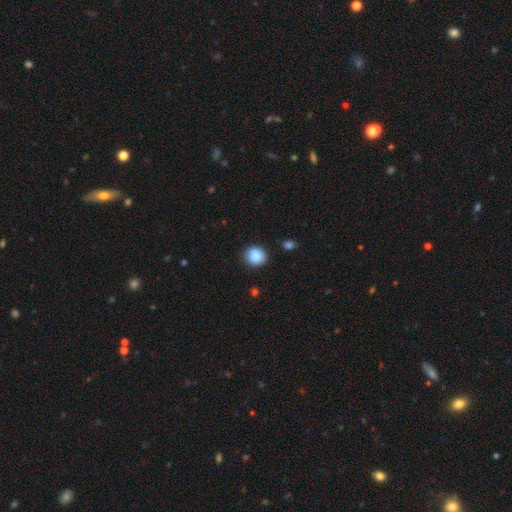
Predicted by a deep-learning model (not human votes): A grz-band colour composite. It shows a smooth galaxy with no disk features (88%) that is round (85%). Merging: none (88%).